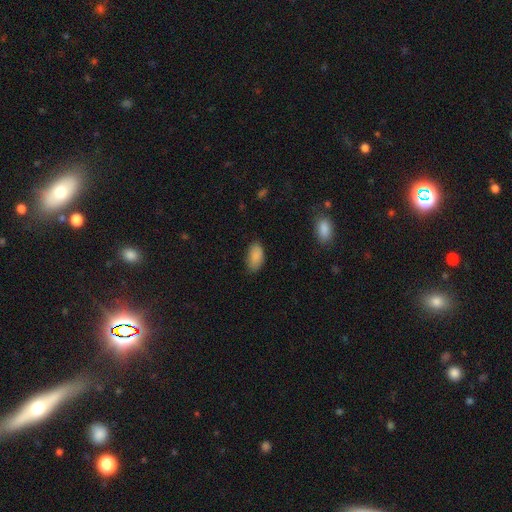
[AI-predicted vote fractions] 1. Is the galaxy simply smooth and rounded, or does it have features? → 88% smooth, 8% star or artifact, 5% featured or disk.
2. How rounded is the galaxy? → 94% in between, 3% round, 3% cigar-shaped.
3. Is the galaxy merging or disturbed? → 76% none, 19% minor disturbance, 4% major disturbance, 1% merger.